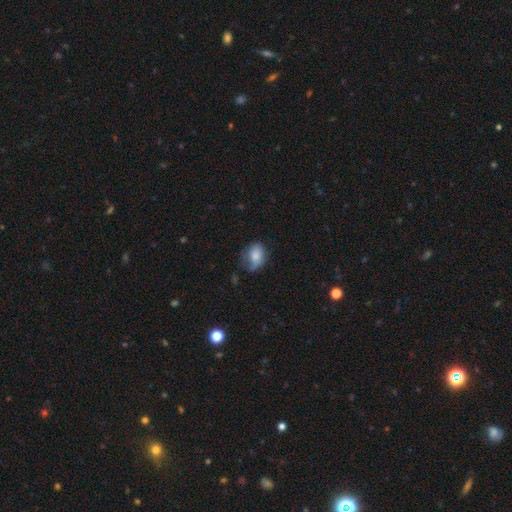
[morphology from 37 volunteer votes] This appears to be a smooth galaxy with no disk features (65%) that is in between round and cigar-shaped (75%). Merging: minor disturbance (58%).